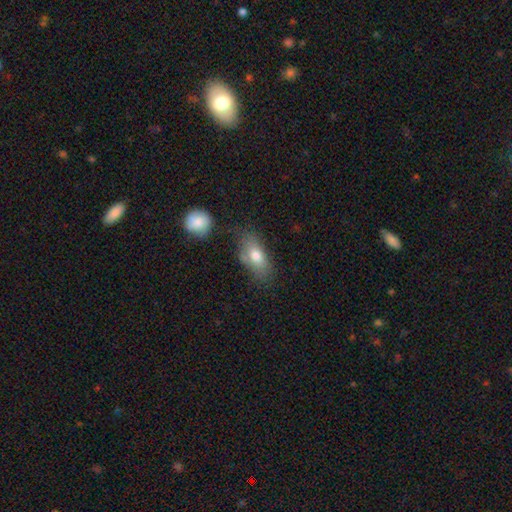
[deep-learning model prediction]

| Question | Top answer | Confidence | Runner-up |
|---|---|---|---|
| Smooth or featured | smooth | 75% | featured or disk (17%) |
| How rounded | in between | 88% | round (6%) |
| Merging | none | 56% | minor disturbance (26%) |